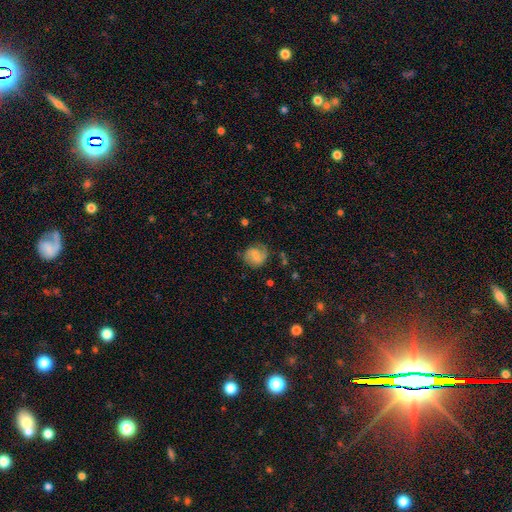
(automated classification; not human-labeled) The model was most divided on "smooth or featured": smooth: 50%, featured or disk: 41%, star or artifact: 9%. More confident: merging — none (65%).